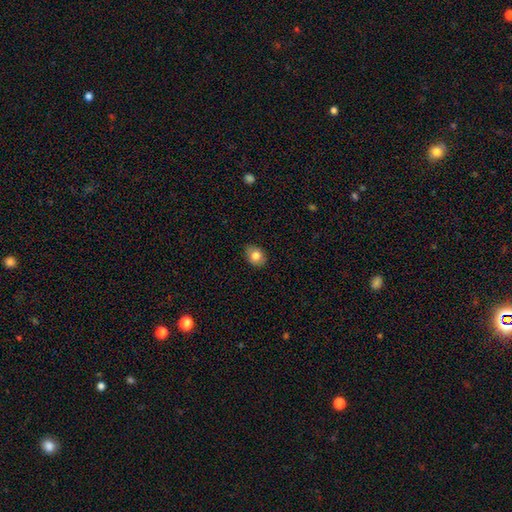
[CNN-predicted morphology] A smooth galaxy with no disk features (81%) that is in between round and cigar-shaped (57%). Merging: none (87%).